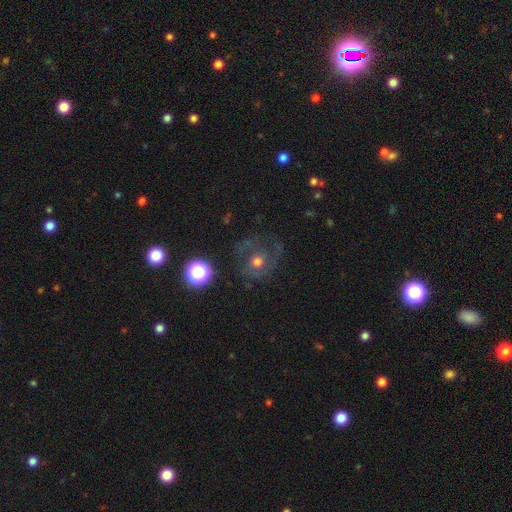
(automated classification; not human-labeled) A featured or disk galaxy (54%) with no bar (78%), spiral arms (78%) and a moderate central bulge (63%).

Vote fractions:
- Smooth or featured? featured or disk: 54% / smooth: 23% / star or artifact: 22%
- Edge-on disk? no: 97% / yes: 3%
- Bar? no: 78% / weak: 18% / strong: 4%
- Spiral arms? yes: 78% / no: 22%
- Bulge size? moderate: 63% / small: 28% / large: 6% / none: 2% / dominant: 2%
- Merging? none: 71% / minor disturbance: 15% / major disturbance: 11% / merger: 2%